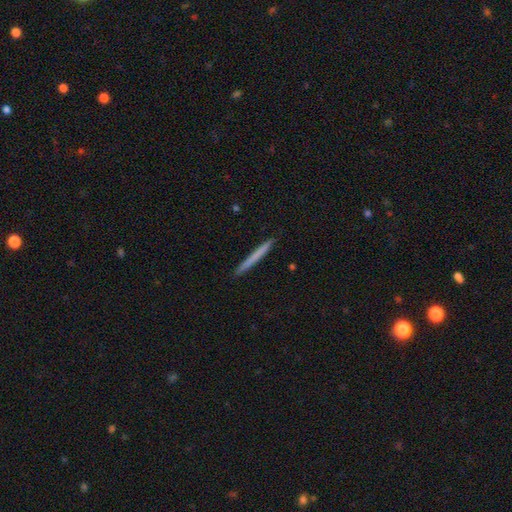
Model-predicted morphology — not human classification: A smooth galaxy with no disk features (66%) that is cigar-shaped (97%). Merging: none (93%).